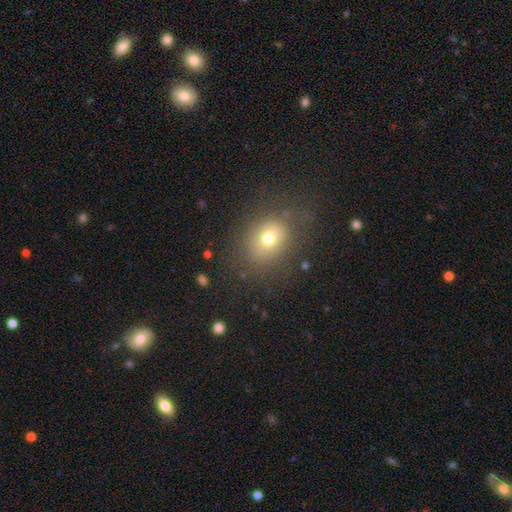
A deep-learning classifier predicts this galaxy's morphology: smooth-or-featured: smooth: 66% | star or artifact: 22% | featured or disk: 12%
  how-rounded: in between: 50% | round: 48% | cigar-shaped: 1%
  merging: none: 83% | minor disturbance: 11% | major disturbance: 4% | merger: 2%